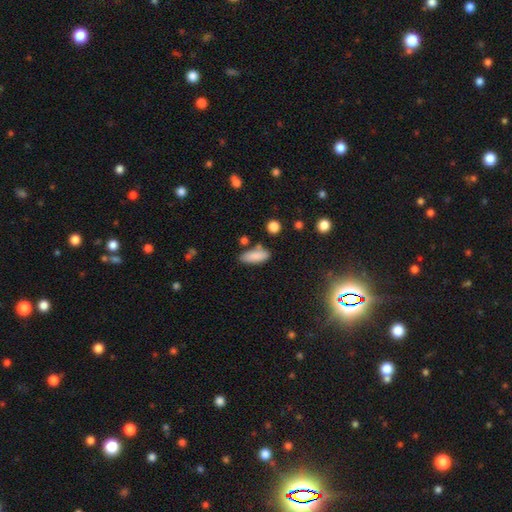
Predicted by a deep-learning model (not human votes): smooth 86%, star or artifact 8%, featured or disk 6%. Down the decision tree: how rounded — in between (76%); merging — none (71%).